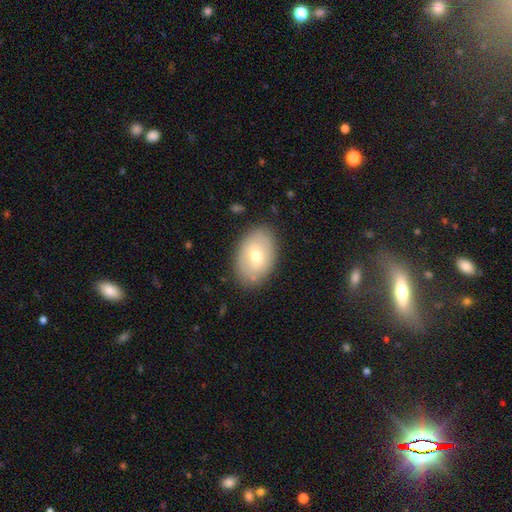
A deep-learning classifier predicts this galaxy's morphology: Overall: smooth (63%; featured or disk 30%). How rounded: in between (86%). Merging: none (83%).